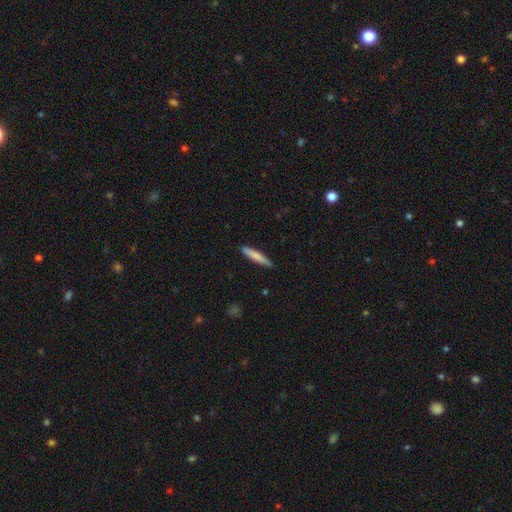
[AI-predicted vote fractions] Q: Smooth or featured?
A: smooth (75%); runner-up: featured or disk (20%)
Q: How rounded?
A: cigar-shaped (92%); runner-up: in between (6%)
Q: Merging?
A: none (87%); runner-up: minor disturbance (10%)